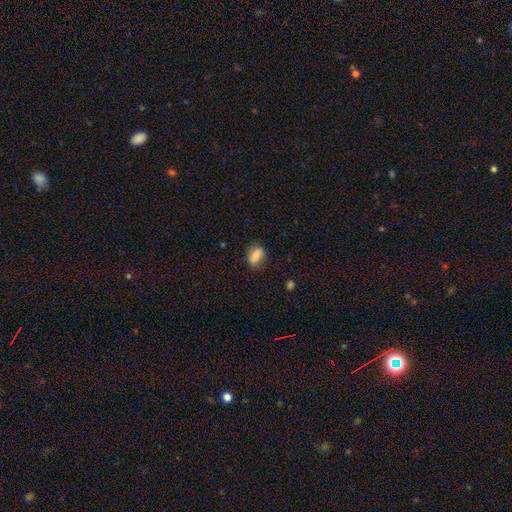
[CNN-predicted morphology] This is clearly a smooth galaxy (84%). How rounded: likely in between (77%). Merging: likely none (75%).